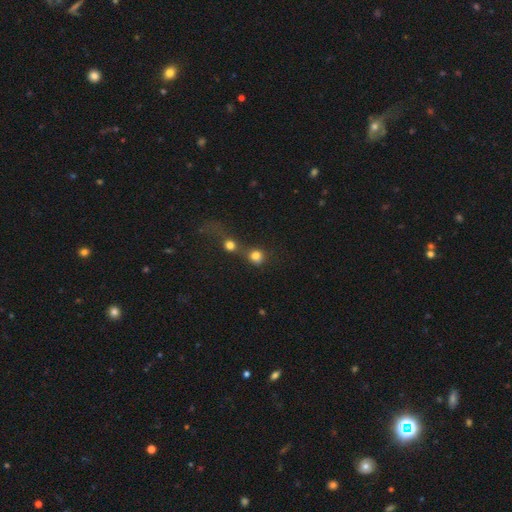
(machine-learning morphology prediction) This is likely a smooth galaxy (78%). How rounded: clearly round (85%). Merging: possibly merger (50%).